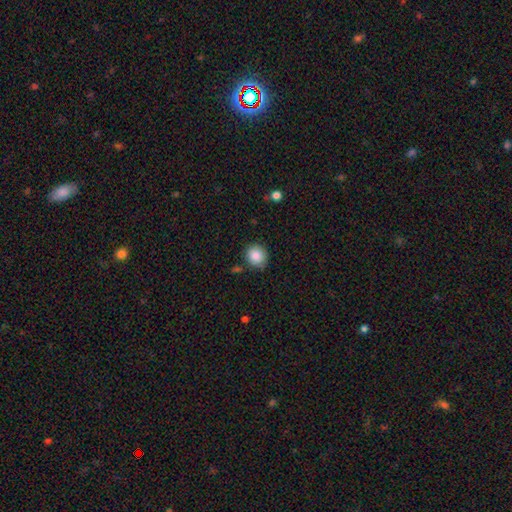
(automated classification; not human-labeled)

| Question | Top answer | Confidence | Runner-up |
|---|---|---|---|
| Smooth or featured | smooth | 86% | star or artifact (9%) |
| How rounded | round | 84% | in between (15%) |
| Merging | none | 84% | minor disturbance (11%) |